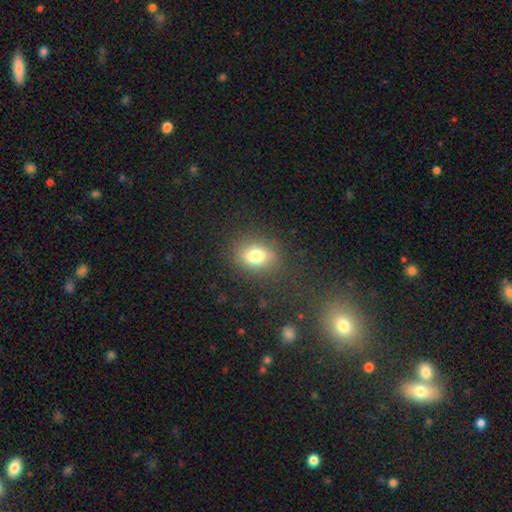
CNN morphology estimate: The model was most divided on "how rounded": in between: 56%, round: 43%, cigar-shaped: 2%. More confident: merging — none (80%); smooth or featured — smooth (77%).